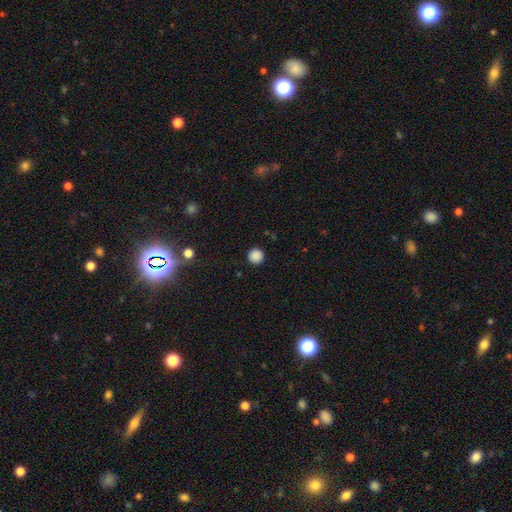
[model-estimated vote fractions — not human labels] Q: Smooth or featured?
A: smooth (87%); runner-up: star or artifact (10%)
Q: How rounded?
A: round (95%); runner-up: in between (4%)
Q: Merging?
A: none (92%); runner-up: minor disturbance (5%)